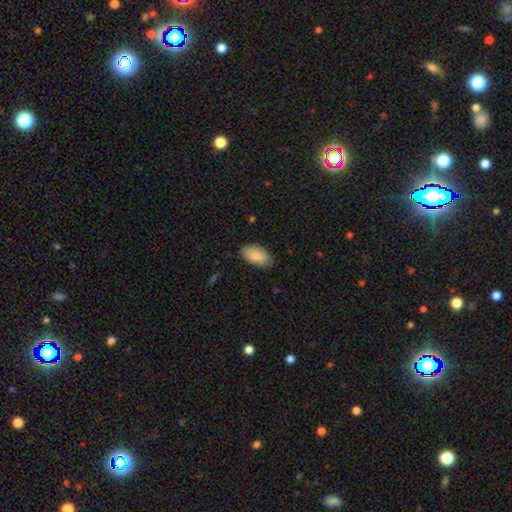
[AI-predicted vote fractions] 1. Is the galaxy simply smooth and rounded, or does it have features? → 88% smooth, 6% star or artifact, 6% featured or disk.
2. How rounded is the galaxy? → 95% in between, 3% cigar-shaped, 3% round.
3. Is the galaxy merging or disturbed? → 78% none, 18% minor disturbance, 3% major disturbance, 1% merger.